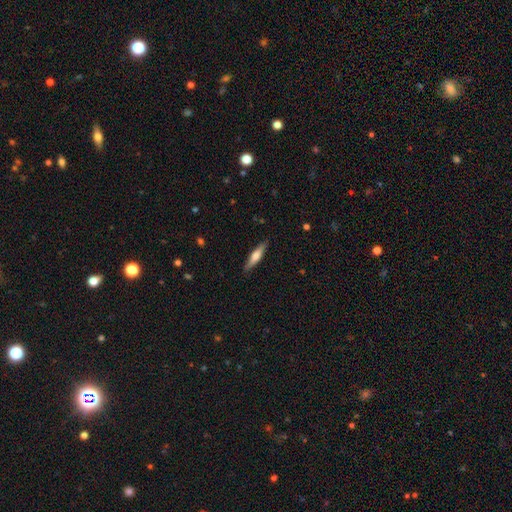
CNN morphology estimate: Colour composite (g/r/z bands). It shows a smooth galaxy with no disk features (55%) that is cigar-shaped (81%). Merging: none (88%).